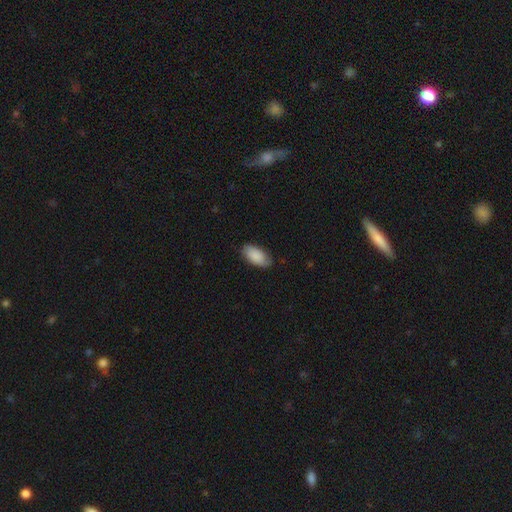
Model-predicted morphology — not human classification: Smooth or featured?
  - smooth: 87% *
  - featured or disk: 7%
  - star or artifact: 6%
How rounded?
  - in between: 94% *
  - cigar-shaped: 4%
  - round: 2%
Merging?
  - none: 80% *
  - minor disturbance: 16%
  - major disturbance: 3%
  - merger: 1%